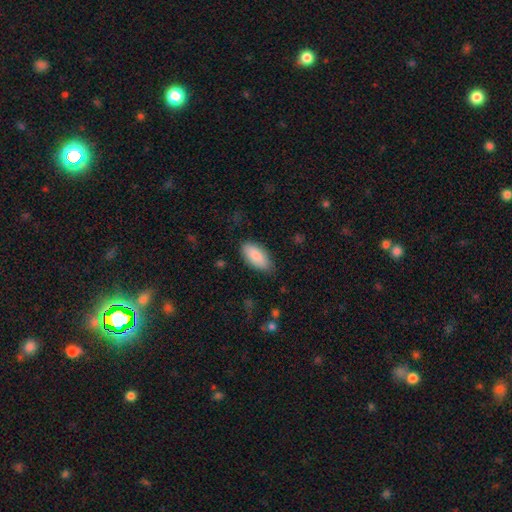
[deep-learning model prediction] Smooth or featured: smooth — 87% (featured or disk — 7%)
How rounded: in between — 91% (cigar-shaped — 7%)
Merging: none — 78% (minor disturbance — 17%)